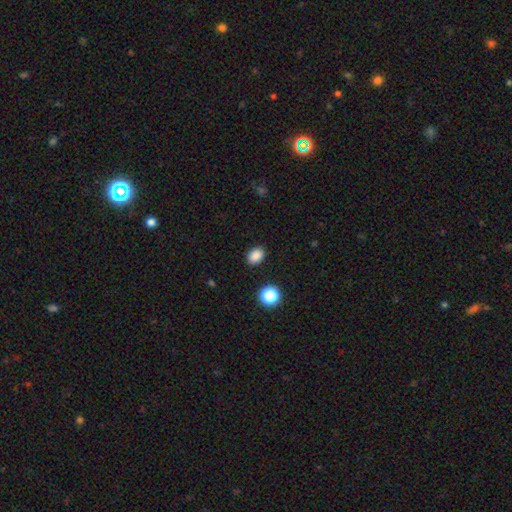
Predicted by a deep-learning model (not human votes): Morphology: type=smooth (86%); roundness=in between (67%); merging=none (88%).